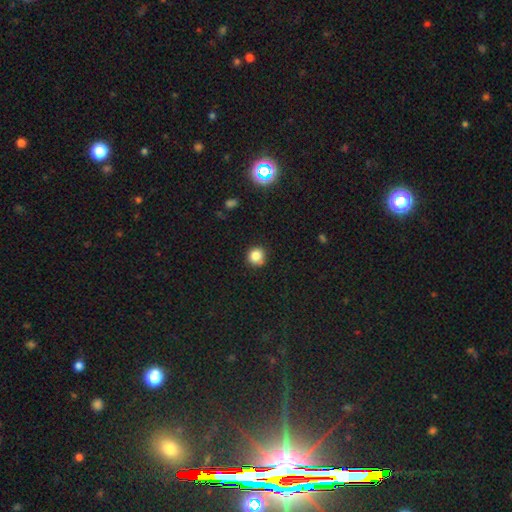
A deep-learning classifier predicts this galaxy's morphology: The model was most divided on "merging": none: 80%, minor disturbance: 14%, merger: 4%, major disturbance: 3%. More confident: how rounded — round (90%); smooth or featured — smooth (83%).